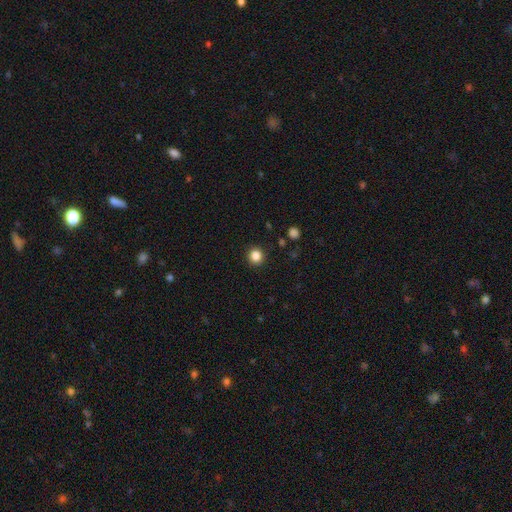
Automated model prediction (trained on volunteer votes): smooth-or-featured: smooth: 85% | star or artifact: 12% | featured or disk: 4%
  how-rounded: round: 92% | in between: 7% | cigar-shaped: 1%
  merging: none: 92% | minor disturbance: 5% | major disturbance: 2% | merger: 1%